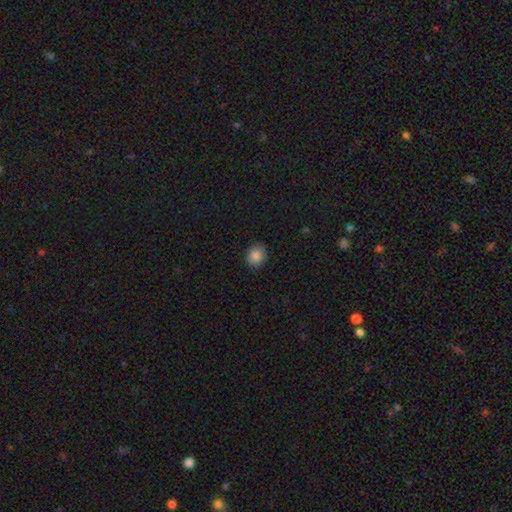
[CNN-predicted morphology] Overall: smooth (85%). How rounded: round (58%; in between 41%). Merging: none (86%).